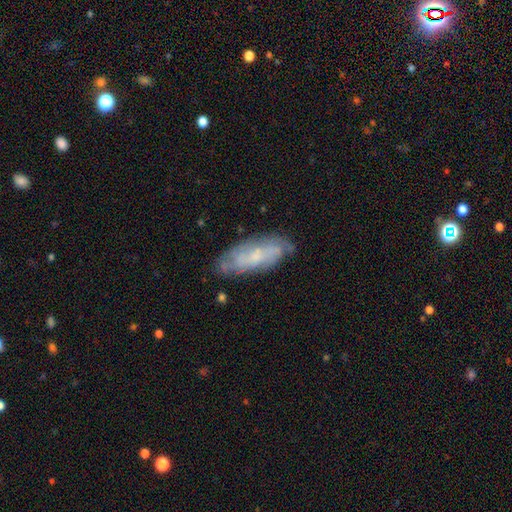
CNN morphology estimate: smooth_or_featured: featured or disk (p=0.58) [alt: smooth p=0.34]
disk_edge_on: no (p=0.85) [alt: yes p=0.15]
merging: none (p=0.73) [alt: minor disturbance p=0.20]